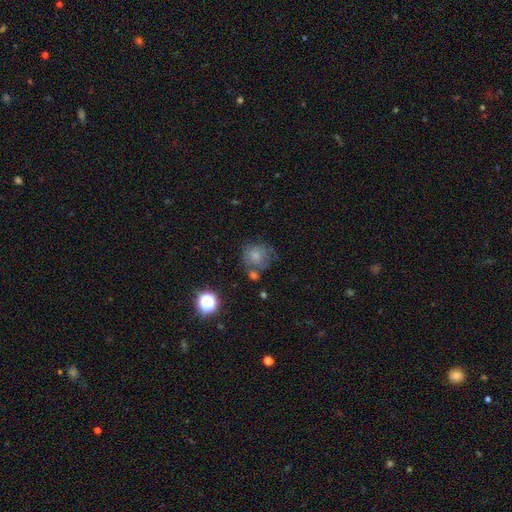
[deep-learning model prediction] A smooth galaxy with no disk features (67%) that is round (82%).

Vote fractions:
- Smooth or featured? smooth: 67% / featured or disk: 20% / star or artifact: 13%
- How rounded? round: 82% / in between: 17% / cigar-shaped: 1%
- Merging? none: 49% / minor disturbance: 23% / merger: 14% / major disturbance: 14%